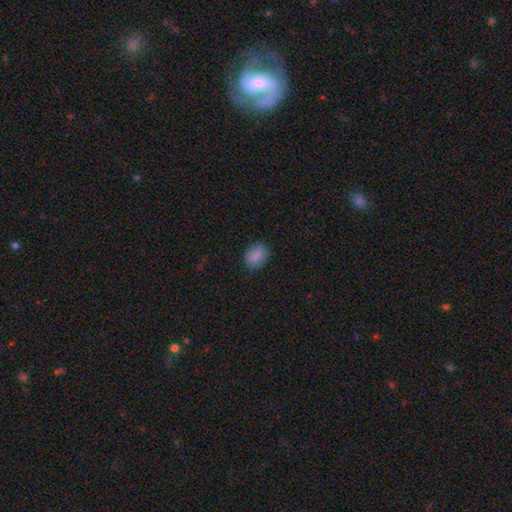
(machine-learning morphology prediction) smooth 87%, star or artifact 8%, featured or disk 5%. Down the decision tree: how rounded — in between (51%); merging — none (81%).